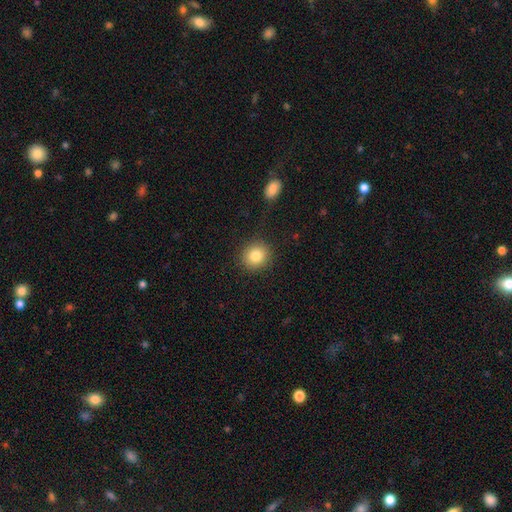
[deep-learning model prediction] Morphology: type=smooth (82%); roundness=round (84%); merging=none (88%).